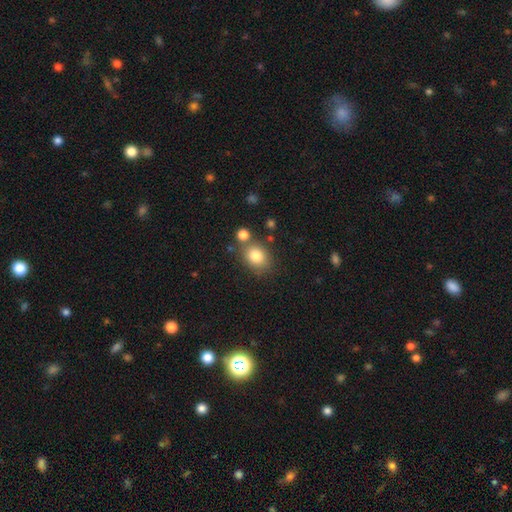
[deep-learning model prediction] Smooth or featured?
  - smooth: 81% *
  - star or artifact: 10%
  - featured or disk: 9%
How rounded?
  - round: 50% *
  - in between: 49%
  - cigar-shaped: 1%
Merging?
  - none: 68% *
  - merger: 15%
  - minor disturbance: 13%
  - major disturbance: 4%